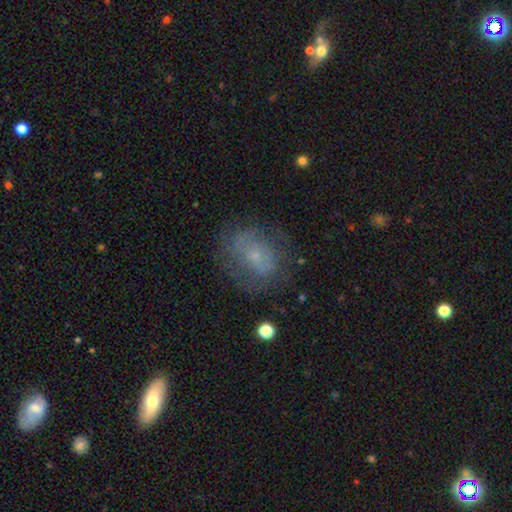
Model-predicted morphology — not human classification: A featured or disk galaxy (45%). Merging: none (64%).